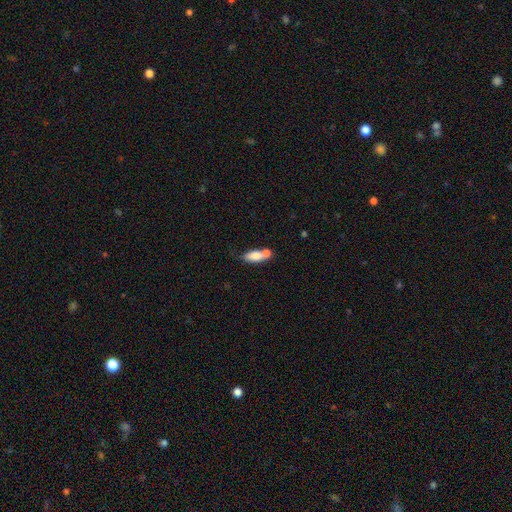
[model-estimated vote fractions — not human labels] A smooth galaxy with no disk features (76%) that is in between round and cigar-shaped (76%). Merging: merger (42%).